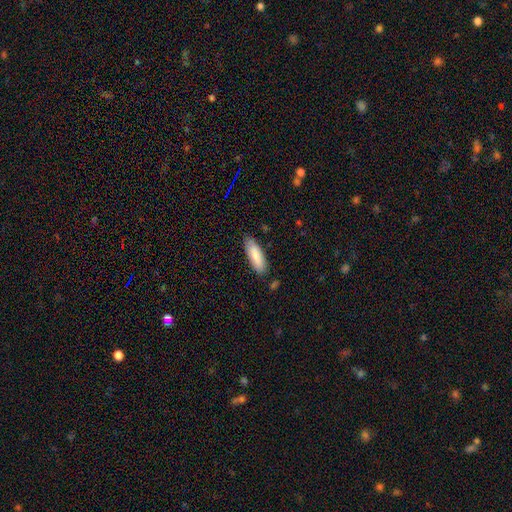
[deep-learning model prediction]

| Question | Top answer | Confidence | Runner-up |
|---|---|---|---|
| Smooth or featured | smooth | 85% | featured or disk (9%) |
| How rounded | in between | 60% | cigar-shaped (39%) |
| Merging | none | 83% | minor disturbance (13%) |